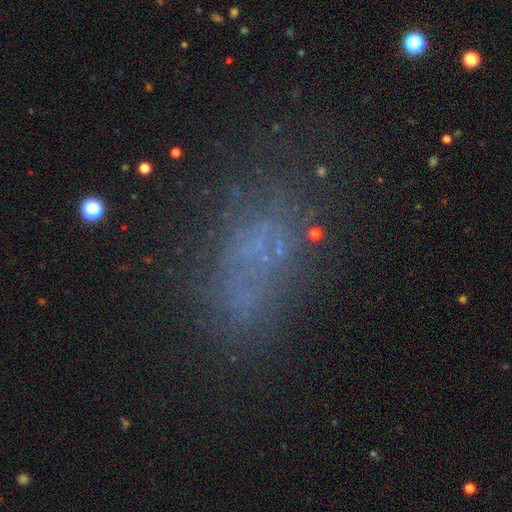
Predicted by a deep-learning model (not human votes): Smooth or featured?
  - smooth: 47% *
  - featured or disk: 28%
  - star or artifact: 25%
Merging?
  - none: 56% *
  - minor disturbance: 19%
  - major disturbance: 19%
  - merger: 6%